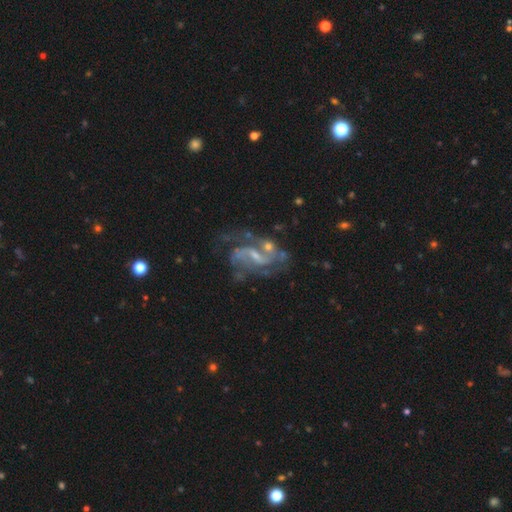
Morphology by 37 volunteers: Smooth or featured? 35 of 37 (95%) said featured or disk. Edge-on disk? 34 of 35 (97%) said no. Bar? 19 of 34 (56%) said weak. Spiral arms? 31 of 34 (91%) said yes. Spiral winding? 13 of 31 (42%) said loose. Spiral arm count? 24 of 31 (77%) said 2. Bulge size? 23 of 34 (68%) said small. Merging? 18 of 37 (49%) said none.